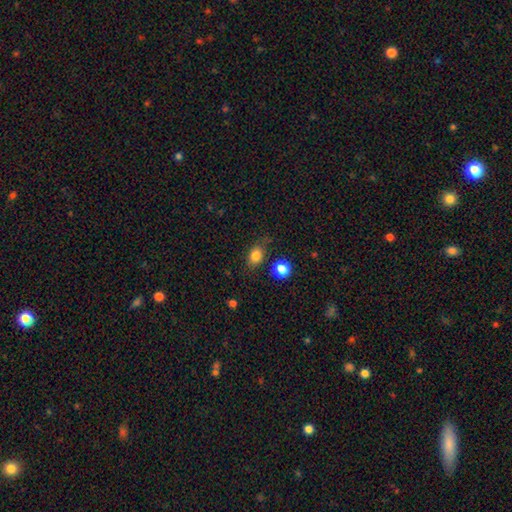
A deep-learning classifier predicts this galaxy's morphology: Smooth or featured? smooth (82%)
How rounded? in between (60%)
Merging? none (73%)